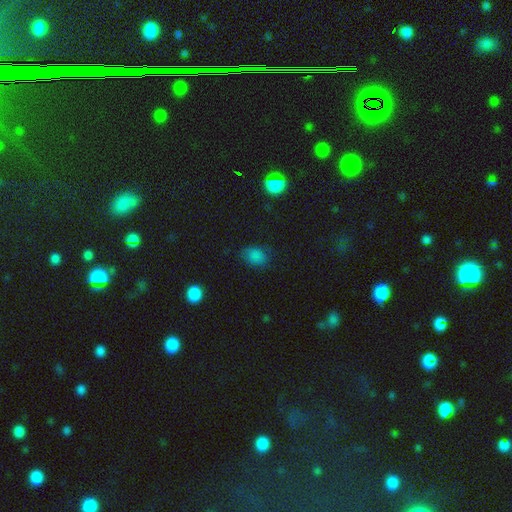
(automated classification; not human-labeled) smooth 81%, star or artifact 14%, featured or disk 5%. Down the decision tree: how rounded — in between (64%); merging — none (73%).